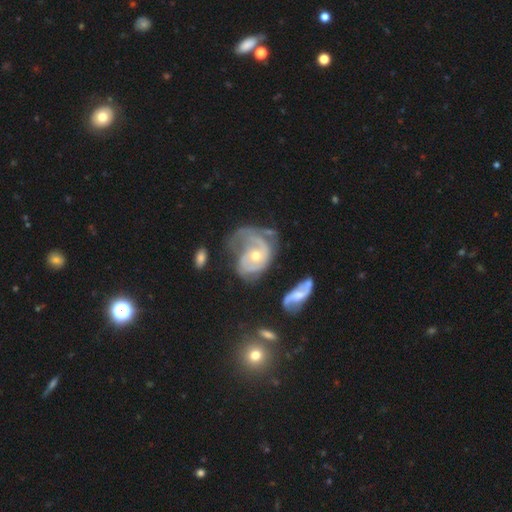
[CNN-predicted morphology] type=featured or disk (78%); edge-on=no (97%); bar=no (74%); spiral arms=yes (82%); winding=tight (38%); arm count=1 (38%); bulge=moderate (56%); merging=major disturbance (44%).